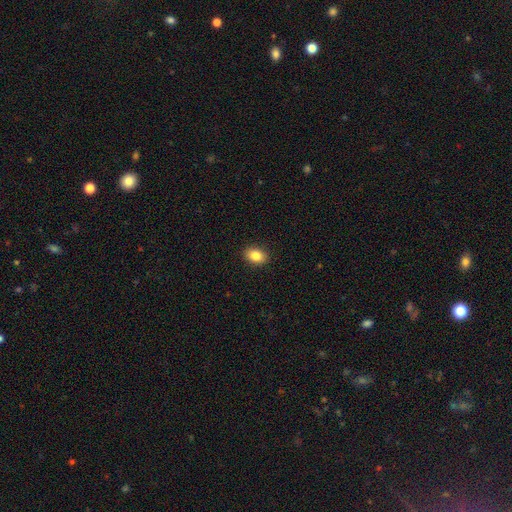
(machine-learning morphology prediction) Smooth or featured: smooth — 85% (star or artifact — 9%)
How rounded: in between — 76% (round — 23%)
Merging: none — 90% (minor disturbance — 7%)